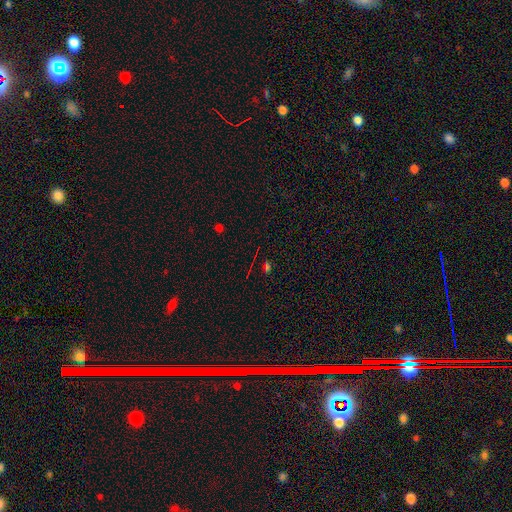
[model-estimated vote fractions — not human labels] Overall: star or artifact (50%; smooth 36%).